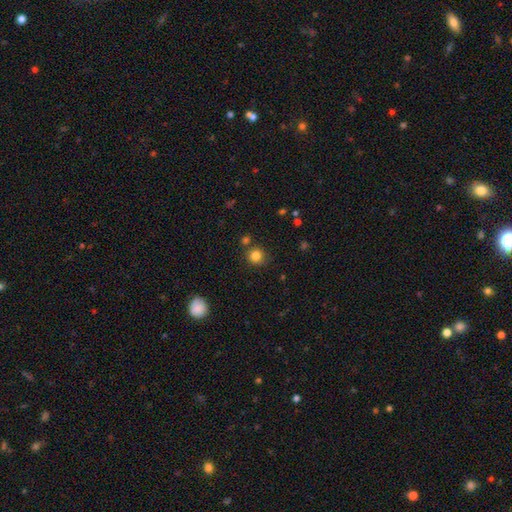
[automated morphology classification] Overall: smooth (82%). How rounded: round (91%). Merging: none (80%).